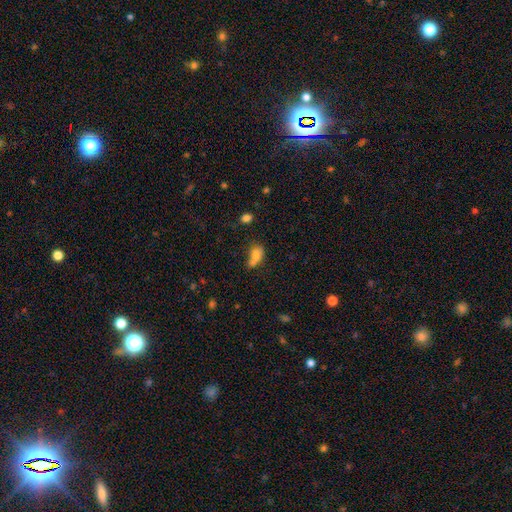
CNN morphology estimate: Smooth or featured: smooth — 70% (featured or disk — 17%)
How rounded: in between — 75% (round — 19%)
Merging: merger — 42% (none — 29%)